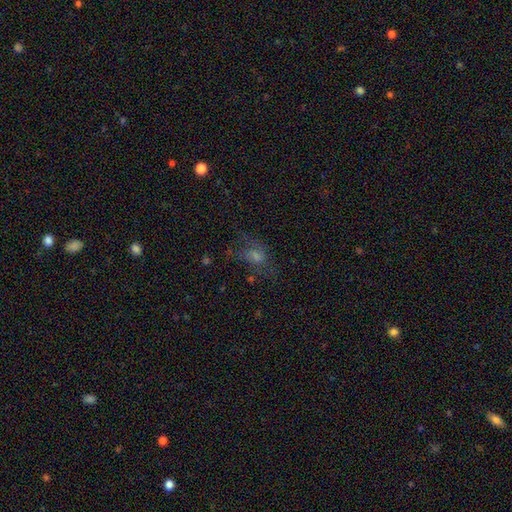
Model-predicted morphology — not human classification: This appears to be a smooth galaxy with no disk features (39%). Merging: none (51%).